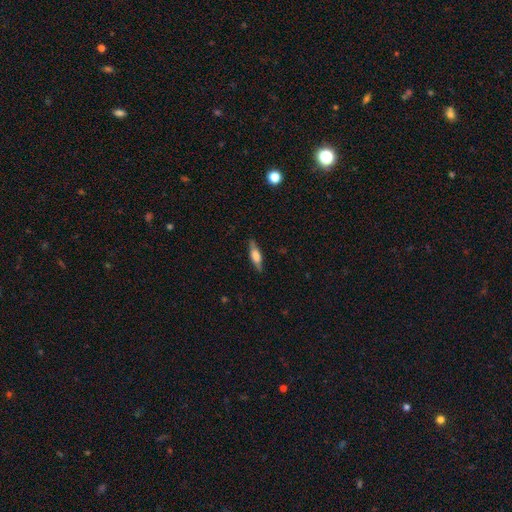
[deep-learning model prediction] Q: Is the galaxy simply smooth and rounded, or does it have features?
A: smooth — 49%.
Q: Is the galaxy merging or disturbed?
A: none — 83%.